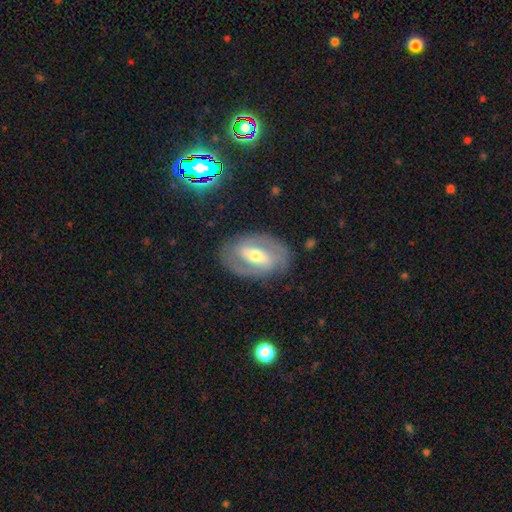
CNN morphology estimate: Smooth or featured: featured or disk — 78% (smooth — 16%)
Edge-on disk: no — 95% (yes — 5%)
Bar: strong — 46% (weak — 37%)
Spiral arms: yes — 81% (no — 19%)
Spiral winding: medium — 43% (tight — 42%)
Spiral arm count: 2 — 82% (can't tell — 11%)
Bulge size: moderate — 63% (small — 29%)
Merging: none — 81% (minor disturbance — 13%)